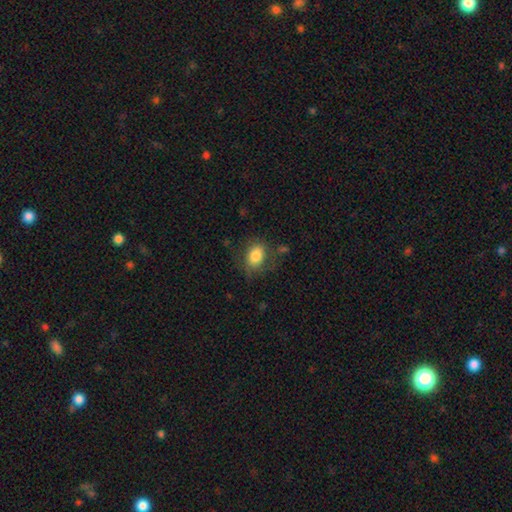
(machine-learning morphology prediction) This is clearly a smooth galaxy (82%). How rounded: likely in between (75%). Merging: likely none (66%).